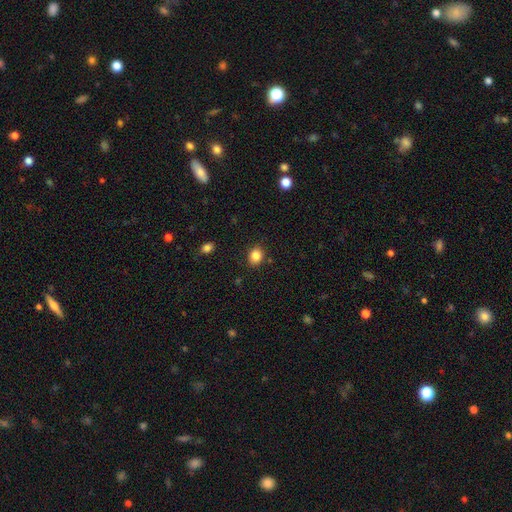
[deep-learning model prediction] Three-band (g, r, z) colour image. It shows a smooth galaxy with no disk features (85%) that is round (59%). Merging: none (86%).